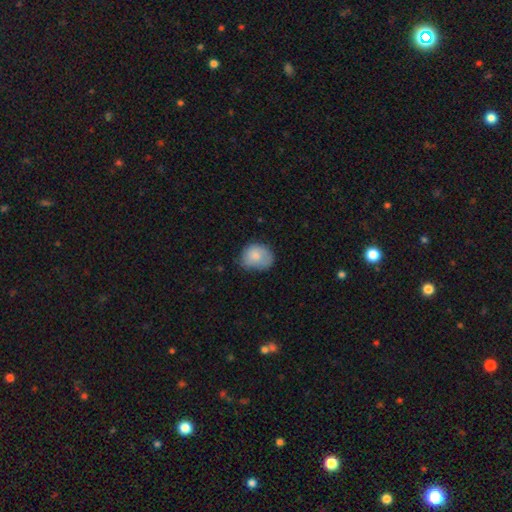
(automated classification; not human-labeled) smooth-or-featured: smooth: 79% | featured or disk: 13% | star or artifact: 7%
  how-rounded: round: 54% | in between: 45% | cigar-shaped: 1%
  merging: none: 49% | minor disturbance: 37% | major disturbance: 11% | merger: 2%